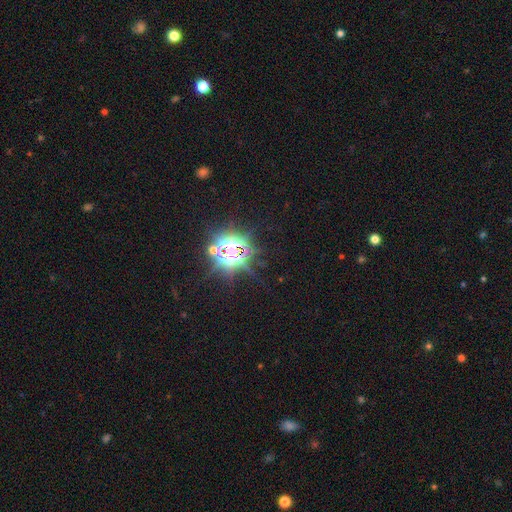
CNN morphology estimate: type=star or artifact (83%).